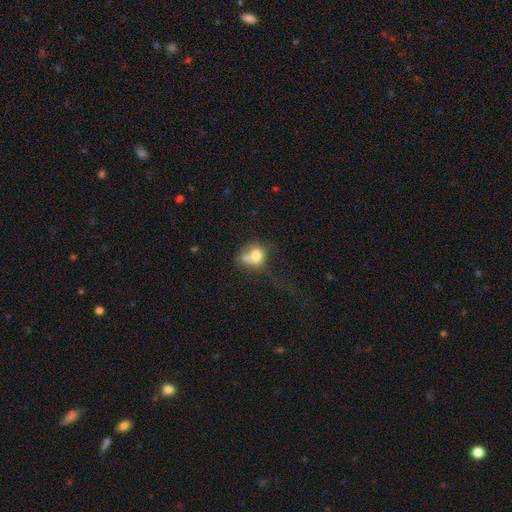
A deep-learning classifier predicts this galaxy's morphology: This appears to be a smooth galaxy with no disk features (71%) that is round (64%). Merging: merger (52%).